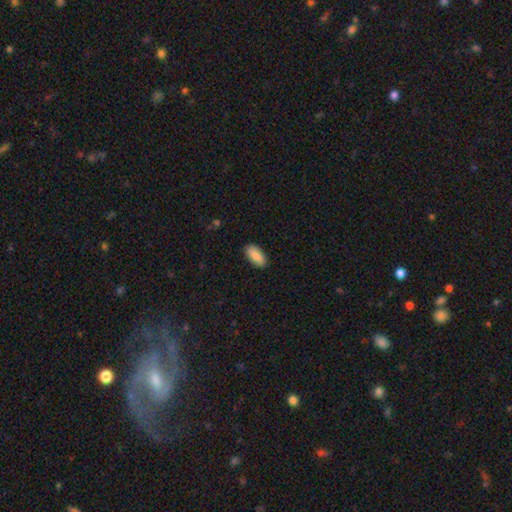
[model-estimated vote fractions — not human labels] smooth_or_featured: smooth (p=0.87) [alt: featured or disk p=0.07]
how_rounded: in between (p=0.87) [alt: cigar-shaped p=0.11]
merging: none (p=0.89) [alt: minor disturbance p=0.08]